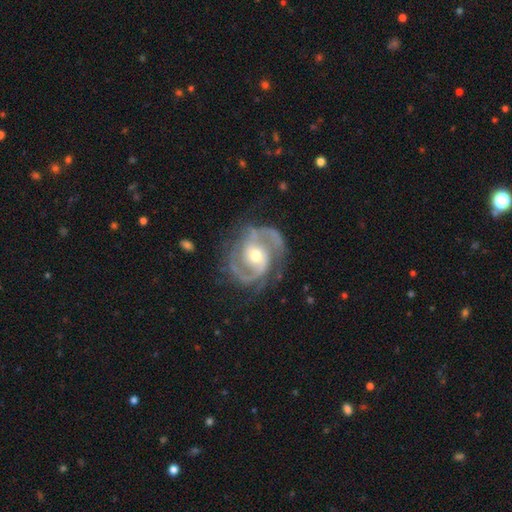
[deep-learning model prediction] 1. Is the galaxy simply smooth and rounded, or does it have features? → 91% featured or disk, 5% star or artifact, 4% smooth.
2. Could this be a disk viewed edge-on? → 98% no, 2% yes.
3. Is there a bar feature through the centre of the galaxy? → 52% no, 34% weak, 14% strong.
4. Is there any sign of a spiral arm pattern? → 97% yes, 3% no.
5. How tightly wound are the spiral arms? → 53% medium, 32% tight, 15% loose.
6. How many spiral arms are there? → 83% 2, 7% 3, 5% can't tell, 2% 1, 2% 4, 2% more than 4.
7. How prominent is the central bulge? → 64% moderate, 30% small, 4% large, 1% none, 1% dominant.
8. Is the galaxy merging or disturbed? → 71% none, 18% minor disturbance, 9% major disturbance, 2% merger.